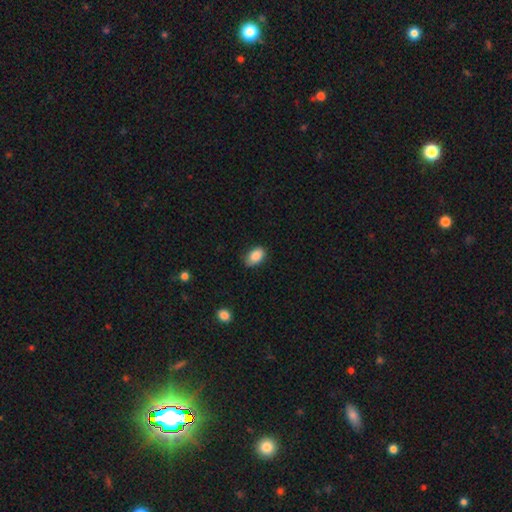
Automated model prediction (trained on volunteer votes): The model was most divided on "merging": none: 76%, minor disturbance: 19%, major disturbance: 3%, merger: 1%. More confident: how rounded — in between (90%); smooth or featured — smooth (87%).